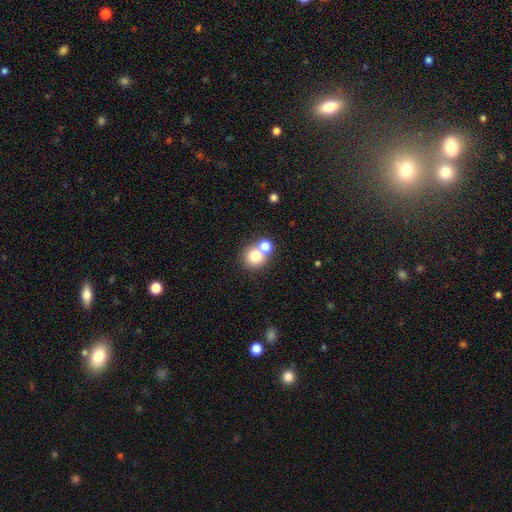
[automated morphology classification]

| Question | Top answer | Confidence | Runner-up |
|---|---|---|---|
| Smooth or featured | smooth | 77% | star or artifact (12%) |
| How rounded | round | 88% | in between (11%) |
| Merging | none | 50% | merger (41%) |